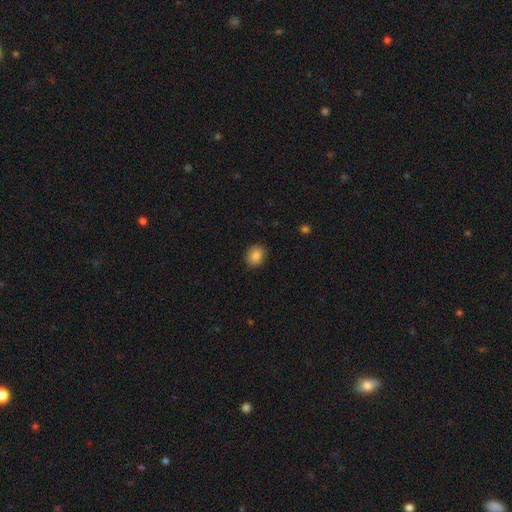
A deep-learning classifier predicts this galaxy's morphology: Smooth or featured? Predicted: smooth (p=0.85). How rounded? Predicted: round (p=0.68). Merging? Predicted: none (p=0.88).